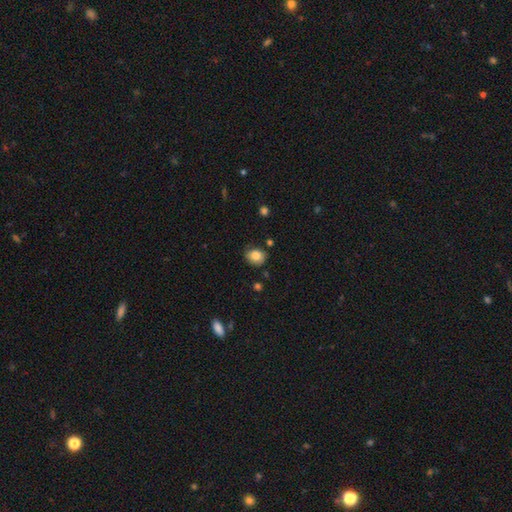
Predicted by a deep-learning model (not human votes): Smooth or featured? smooth (82%)
How rounded? round (56%)
Merging? none (74%)